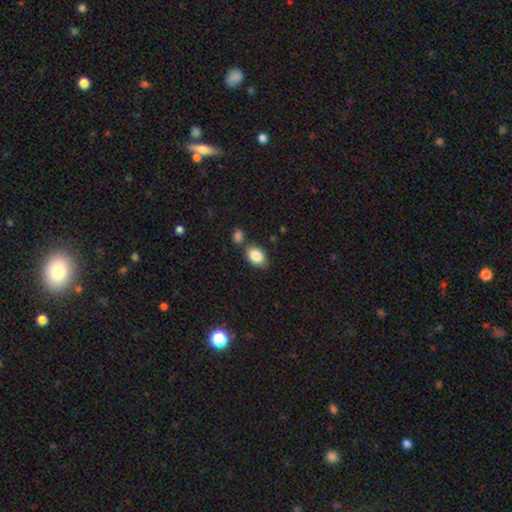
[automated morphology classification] A smooth galaxy with no disk features (86%) that is in between round and cigar-shaped (85%). Merging: none (68%).